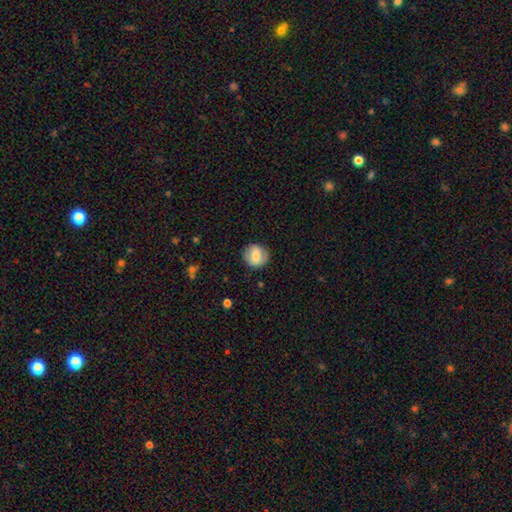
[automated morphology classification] smooth-or-featured: smooth: 72% | featured or disk: 20% | star or artifact: 8%
  how-rounded: round: 86% | in between: 13% | cigar-shaped: 1%
  merging: none: 82% | minor disturbance: 13% | major disturbance: 4% | merger: 1%